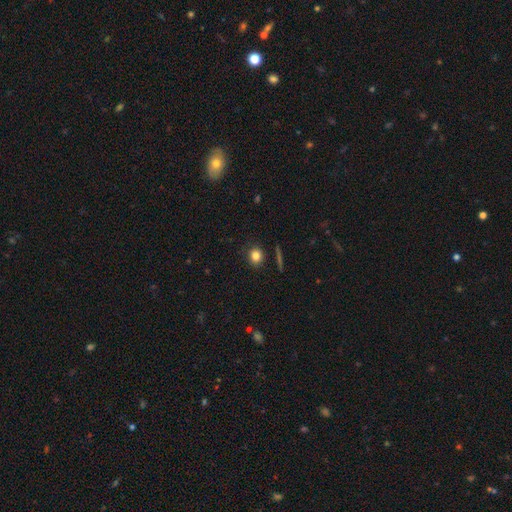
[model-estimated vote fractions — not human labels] A smooth galaxy with no disk features (82%) that is round (76%). Merging: none (86%).